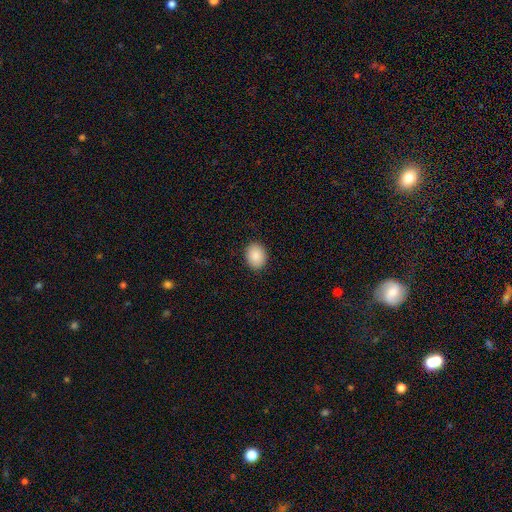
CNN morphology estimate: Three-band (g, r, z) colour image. It shows a smooth galaxy with no disk features (89%) that is in between round and cigar-shaped (59%). Merging: none (90%).